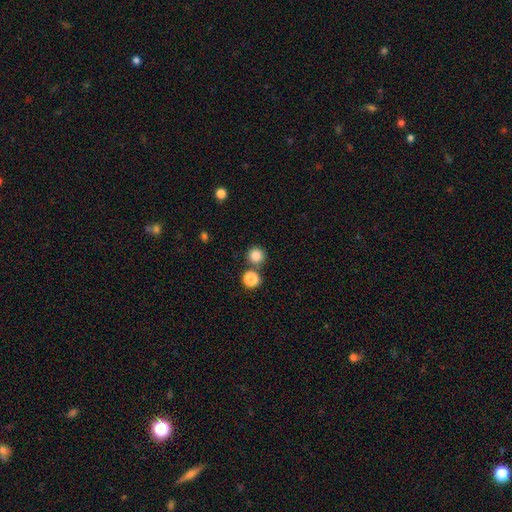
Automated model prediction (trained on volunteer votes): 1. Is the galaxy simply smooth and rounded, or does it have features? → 83% smooth, 12% star or artifact, 5% featured or disk.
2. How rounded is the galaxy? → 94% round, 5% in between, 1% cigar-shaped.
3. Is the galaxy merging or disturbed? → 75% none, 16% merger, 7% minor disturbance, 2% major disturbance.